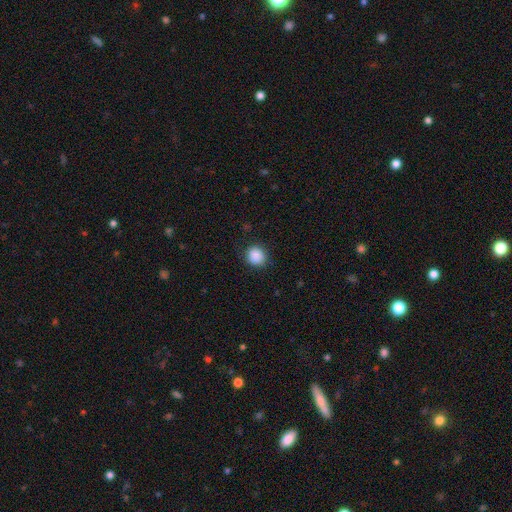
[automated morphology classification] This is clearly a smooth galaxy (88%). How rounded: clearly round (86%). Merging: clearly none (86%).